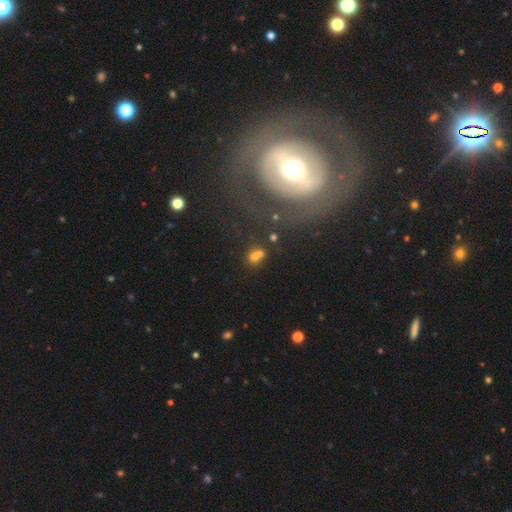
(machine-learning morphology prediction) Smooth or featured? smooth (65%)
How rounded? round (66%)
Merging? merger (43%)